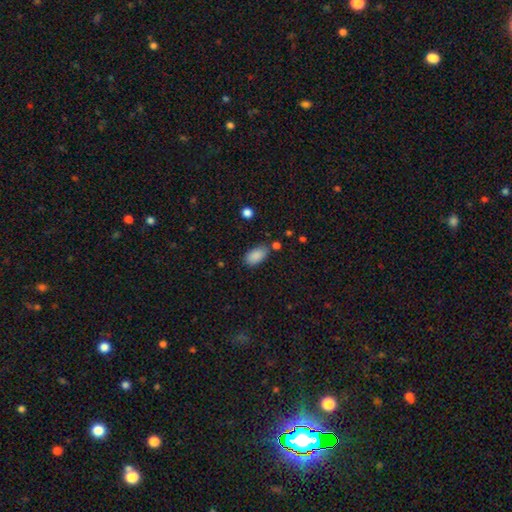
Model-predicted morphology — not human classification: Overall: smooth (88%). How rounded: in between (93%). Merging: none (73%).